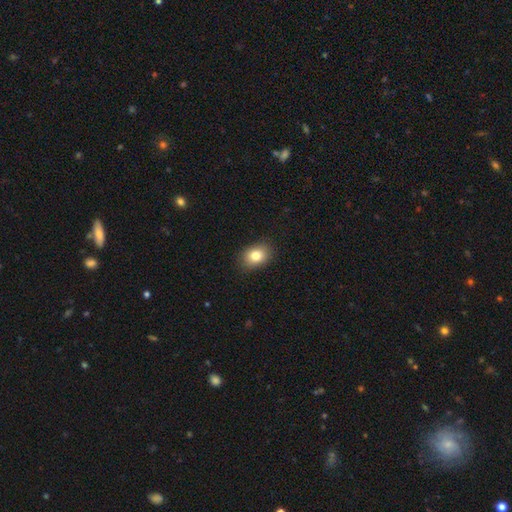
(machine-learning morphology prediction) This is clearly a smooth galaxy (81%). How rounded: likely in between (68%). Merging: clearly none (87%).